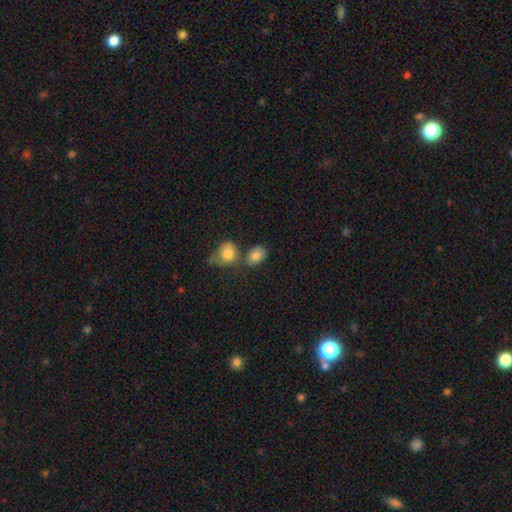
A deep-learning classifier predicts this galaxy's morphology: A smooth galaxy with no disk features (83%) that is in between round and cigar-shaped (78%).

Vote fractions:
- Smooth or featured? smooth: 83% / star or artifact: 9% / featured or disk: 8%
- How rounded? in between: 78% / round: 20% / cigar-shaped: 1%
- Merging? none: 56% / merger: 24% / minor disturbance: 15% / major disturbance: 5%